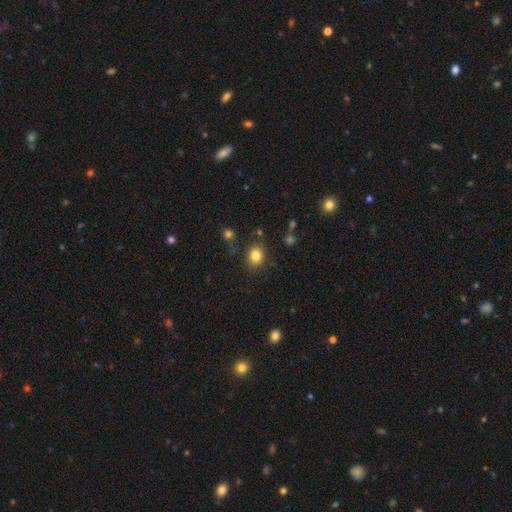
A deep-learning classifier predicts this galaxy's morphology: Overall: smooth (82%). How rounded: round (56%; in between 43%). Merging: none (83%).